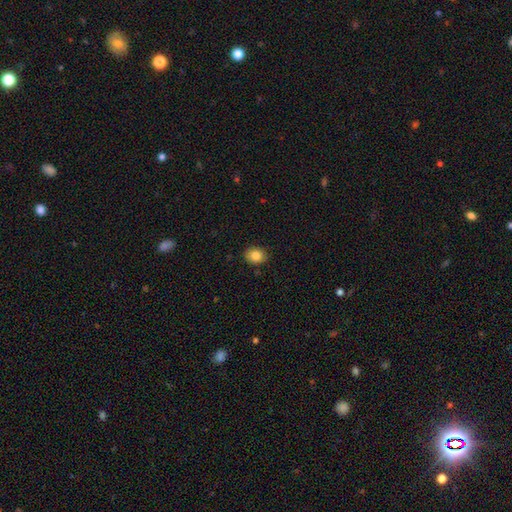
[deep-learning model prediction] This appears to be a smooth galaxy with no disk features (84%) that is round (54%). Merging: none (89%).